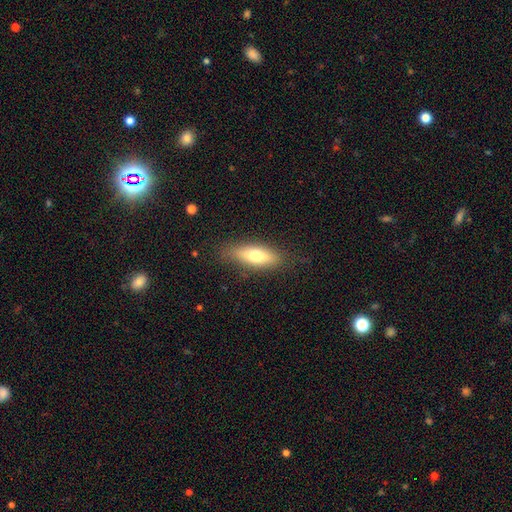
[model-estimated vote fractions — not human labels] Q: Smooth or featured?
A: smooth (66%); runner-up: featured or disk (27%)
Q: How rounded?
A: in between (55%); runner-up: cigar-shaped (42%)
Q: Merging?
A: none (81%); runner-up: minor disturbance (14%)